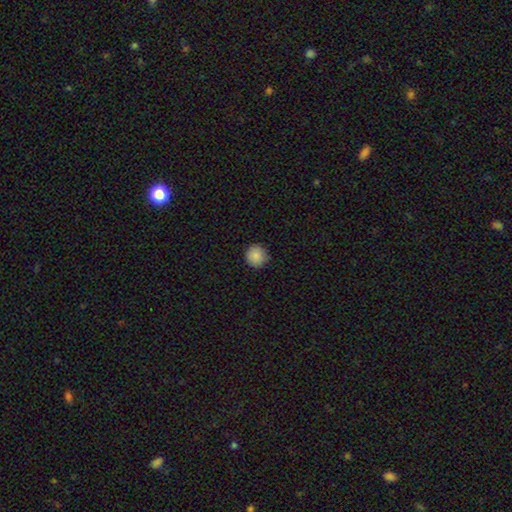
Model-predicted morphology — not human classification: The model was most divided on "smooth or featured": smooth: 87%, star or artifact: 9%, featured or disk: 4%. More confident: how rounded — round (94%); merging — none (89%).